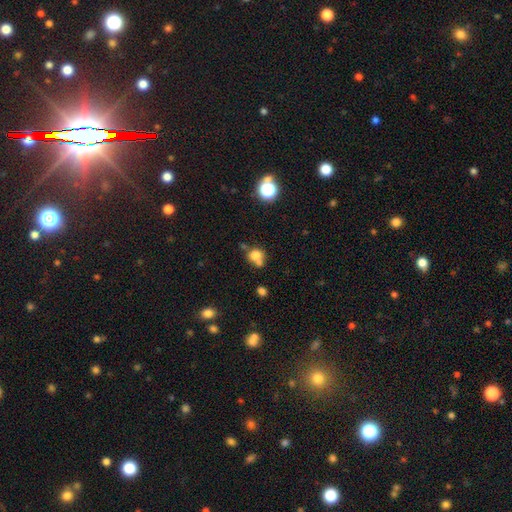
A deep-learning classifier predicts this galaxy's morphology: A smooth galaxy with no disk features (75%) that is round (78%).

Vote fractions:
- Smooth or featured? smooth: 75% / star or artifact: 14% / featured or disk: 11%
- How rounded? round: 78% / in between: 21% / cigar-shaped: 1%
- Merging? none: 46% / merger: 36% / minor disturbance: 13% / major disturbance: 5%